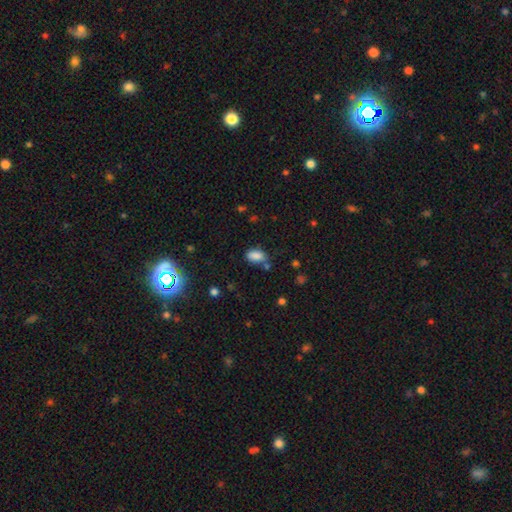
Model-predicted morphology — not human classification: smooth_or_featured: smooth (p=0.84) [alt: star or artifact p=0.10]
how_rounded: in between (p=0.90) [alt: round p=0.07]
merging: none (p=0.68) [alt: minor disturbance p=0.18]